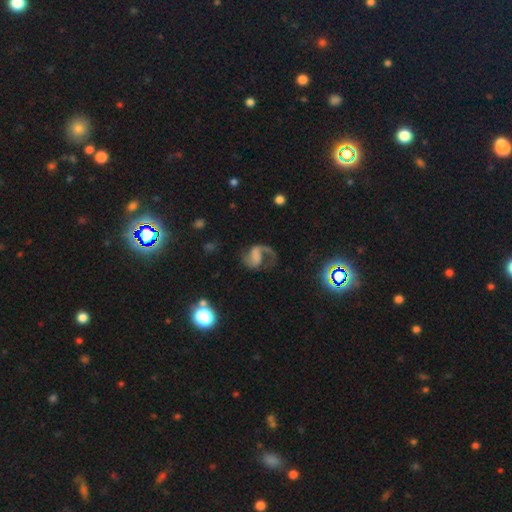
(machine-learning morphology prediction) type=featured or disk (74%); edge-on=no (98%); bar=no (42%); spiral arms=yes (91%); winding=loose (50%); arm count=2 (54%); bulge=none (58%); merging=none (45%).